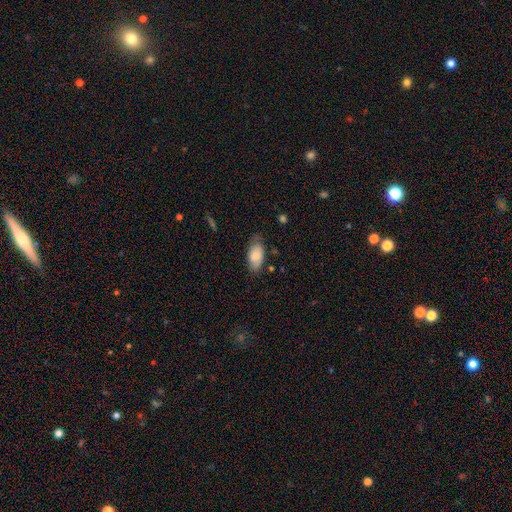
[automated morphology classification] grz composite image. It shows a smooth galaxy with no disk features (78%) that is in between round and cigar-shaped (93%). Merging: none (67%).